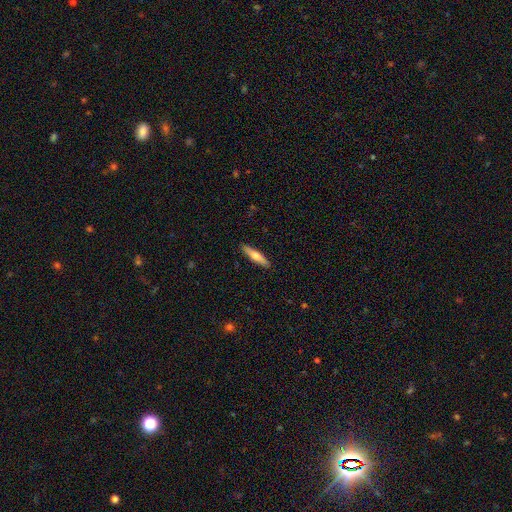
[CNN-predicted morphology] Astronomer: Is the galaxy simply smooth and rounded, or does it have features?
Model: smooth — 56% (runner-up: featured or disk, 39%).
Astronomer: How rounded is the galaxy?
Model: cigar-shaped — 84%.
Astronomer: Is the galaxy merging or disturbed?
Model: none — 90%.